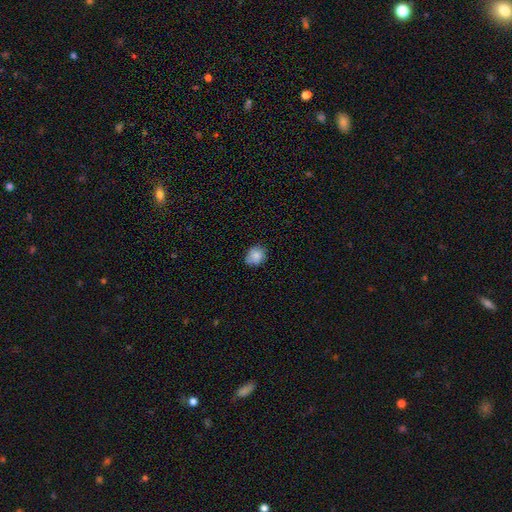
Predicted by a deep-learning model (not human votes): This is clearly a smooth galaxy (83%). How rounded: likely round (69%). Merging: likely none (71%).